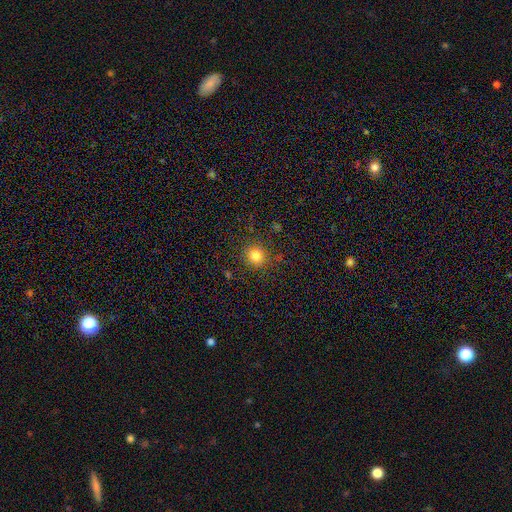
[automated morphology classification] Q: Smooth or featured?
A: smooth (81%); runner-up: star or artifact (13%)
Q: How rounded?
A: round (87%); runner-up: in between (12%)
Q: Merging?
A: none (88%); runner-up: minor disturbance (8%)